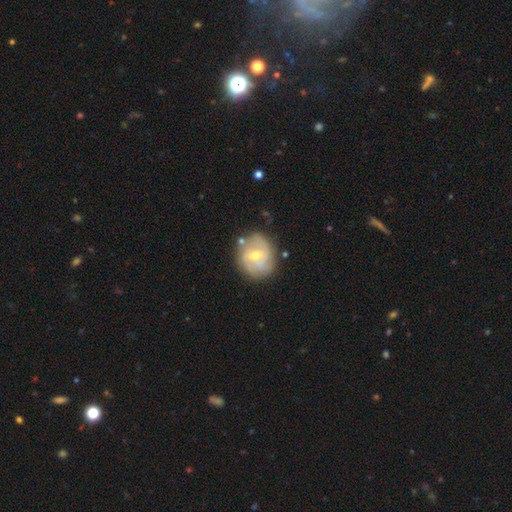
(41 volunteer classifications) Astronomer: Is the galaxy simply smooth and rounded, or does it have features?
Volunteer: featured or disk — 78%.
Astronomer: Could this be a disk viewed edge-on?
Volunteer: no — 94%.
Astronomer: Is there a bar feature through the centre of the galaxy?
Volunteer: weak — 50% (runner-up: no, 37%).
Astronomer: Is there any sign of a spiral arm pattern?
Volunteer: yes — 87%.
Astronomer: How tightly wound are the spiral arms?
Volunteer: medium — 62%.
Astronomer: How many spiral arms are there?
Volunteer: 2 — 42% (runner-up: 3, 38%).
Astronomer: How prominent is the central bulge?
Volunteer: moderate — 63%.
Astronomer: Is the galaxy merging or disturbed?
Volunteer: none — 68%.